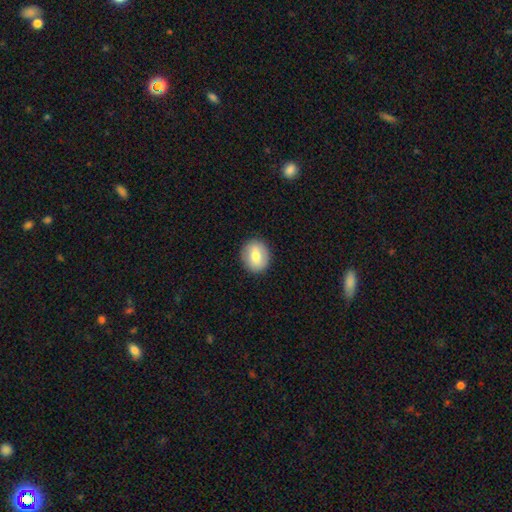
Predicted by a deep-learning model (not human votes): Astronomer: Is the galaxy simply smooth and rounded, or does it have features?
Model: smooth — 71%.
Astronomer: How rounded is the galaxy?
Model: round — 71%.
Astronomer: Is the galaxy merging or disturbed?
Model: none — 89%.